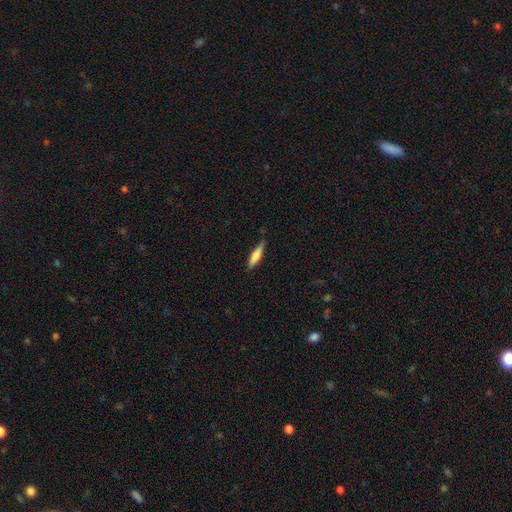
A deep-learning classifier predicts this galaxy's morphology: type=smooth (72%); roundness=cigar-shaped (75%); merging=none (80%).